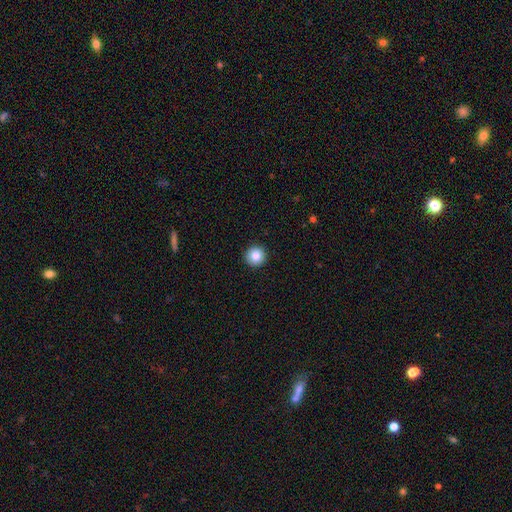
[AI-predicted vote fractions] smooth 84%, star or artifact 9%, featured or disk 6%. Down the decision tree: how rounded — round (95%); merging — none (93%).